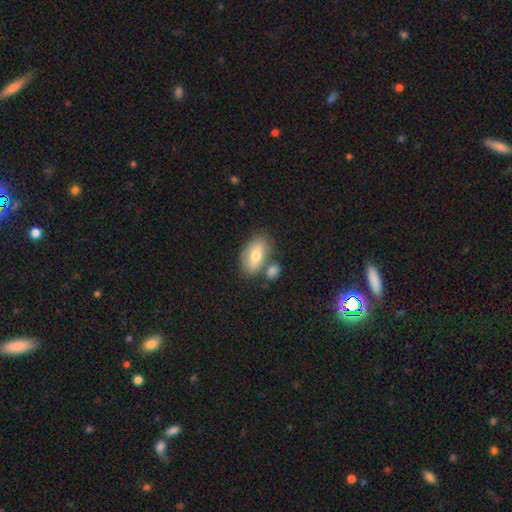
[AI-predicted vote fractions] smooth-or-featured: smooth: 69% | featured or disk: 24% | star or artifact: 7%
  how-rounded: in between: 90% | round: 8% | cigar-shaped: 3%
  merging: none: 56% | merger: 25% | minor disturbance: 14% | major disturbance: 4%